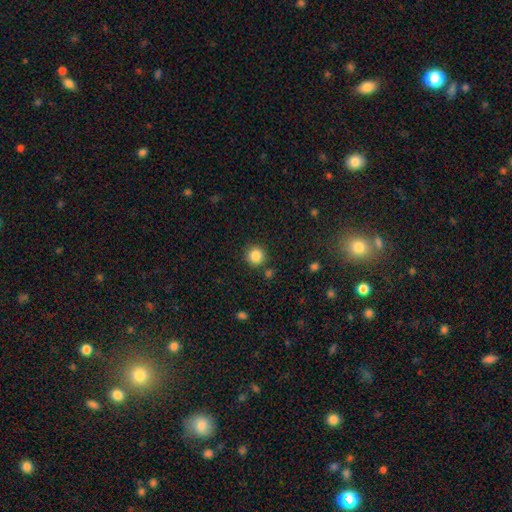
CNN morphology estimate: This appears to be a smooth galaxy with no disk features (85%) that is round (94%). Merging: none (87%).